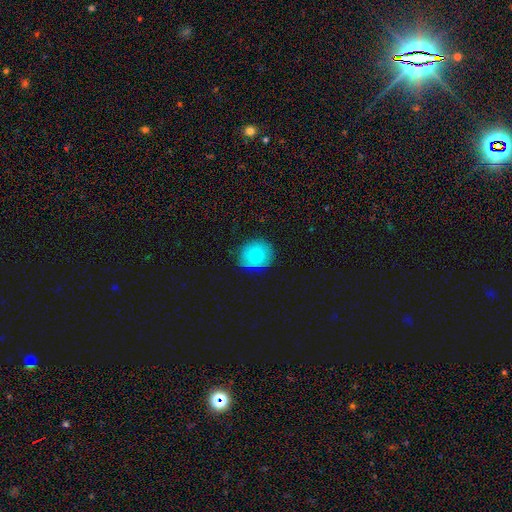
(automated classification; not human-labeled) smooth-or-featured: smooth: 79% | featured or disk: 14% | star or artifact: 7%
  how-rounded: round: 71% | in between: 28% | cigar-shaped: 1%
  merging: none: 71% | minor disturbance: 23% | major disturbance: 4% | merger: 1%